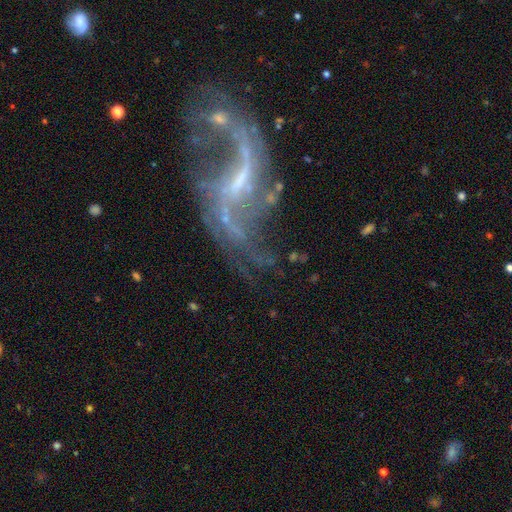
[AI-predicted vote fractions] Smooth or featured? featured or disk (84%)
Edge-on disk? no (95%)
Bar? weak (42%)
Spiral arms? yes (87%)
Spiral winding? loose (89%)
Spiral arm count? 2 (80%)
Bulge size? small (42%)
Merging? none (43%)